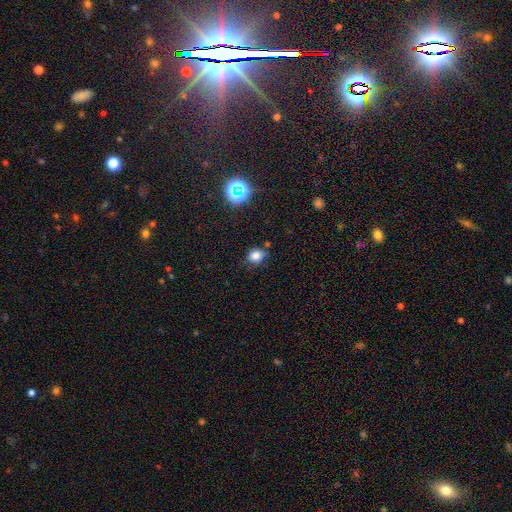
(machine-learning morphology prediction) Smooth or featured? Predicted: smooth (p=0.78). How rounded? Predicted: round (p=0.57). Merging? Predicted: none (p=0.74).